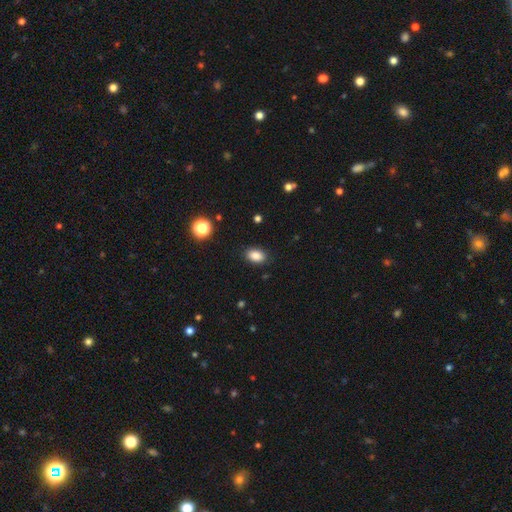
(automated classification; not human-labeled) Smooth or featured: smooth — 87% (star or artifact — 10%)
How rounded: in between — 86% (round — 12%)
Merging: none — 87% (minor disturbance — 9%)